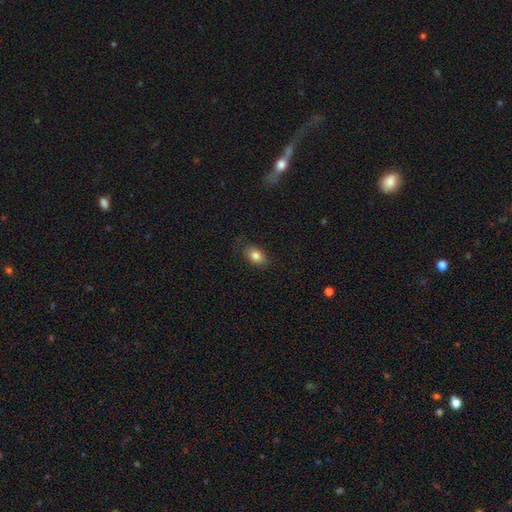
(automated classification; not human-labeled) Smooth or featured? smooth (83%)
How rounded? in between (88%)
Merging? none (80%)